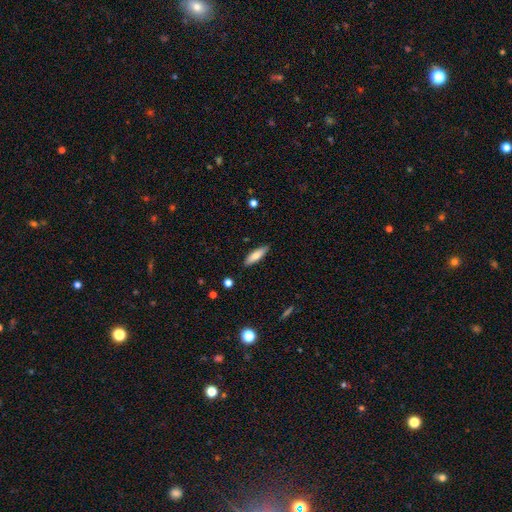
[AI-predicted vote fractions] Smooth or featured? smooth (74%)
How rounded? cigar-shaped (59%)
Merging? none (86%)